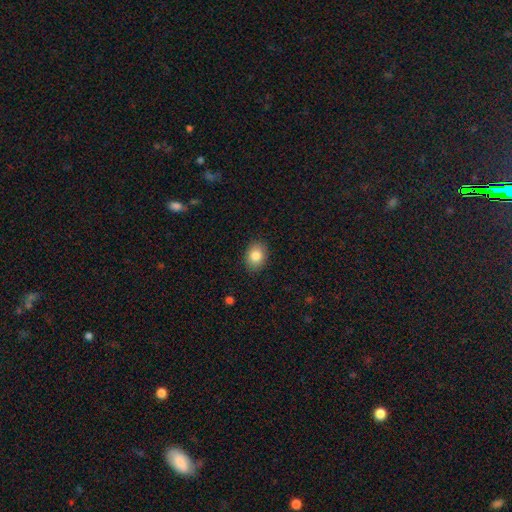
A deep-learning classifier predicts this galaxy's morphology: Smooth or featured?
  - smooth: 85% *
  - star or artifact: 8%
  - featured or disk: 7%
How rounded?
  - in between: 61% *
  - round: 38%
  - cigar-shaped: 1%
Merging?
  - none: 87% *
  - minor disturbance: 9%
  - major disturbance: 2%
  - merger: 1%